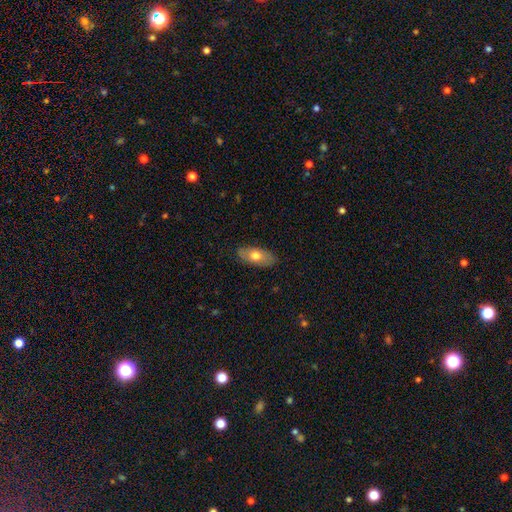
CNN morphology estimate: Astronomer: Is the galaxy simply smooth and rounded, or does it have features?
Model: smooth — 66%.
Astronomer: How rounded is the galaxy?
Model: in between — 87%.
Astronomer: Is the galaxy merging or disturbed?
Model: none — 85%.